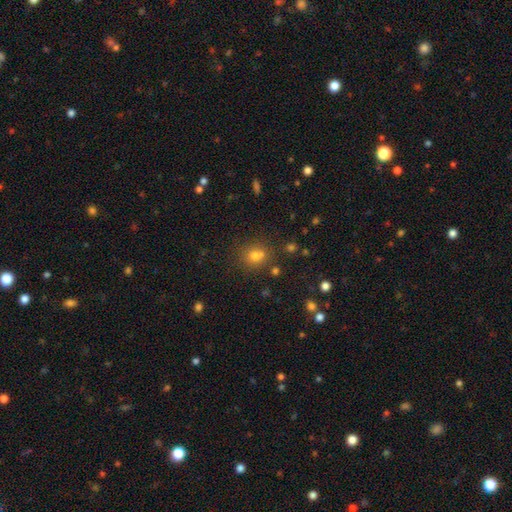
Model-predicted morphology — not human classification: This is likely a smooth galaxy (73%). How rounded: likely round (66%). Merging: likely none (73%).